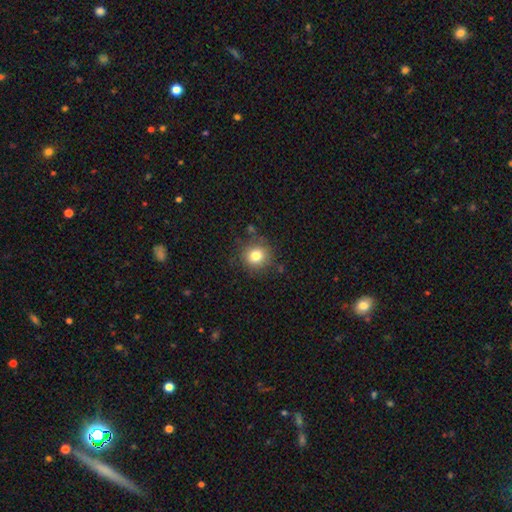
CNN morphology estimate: Smooth or featured: smooth — 80% (star or artifact — 12%)
How rounded: round — 88% (in between — 11%)
Merging: none — 83% (minor disturbance — 11%)